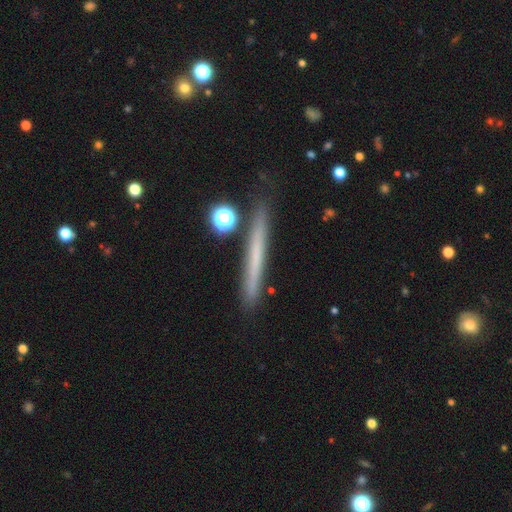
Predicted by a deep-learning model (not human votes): Morphology: type=smooth (52%); roundness=cigar-shaped (96%); merging=none (86%).